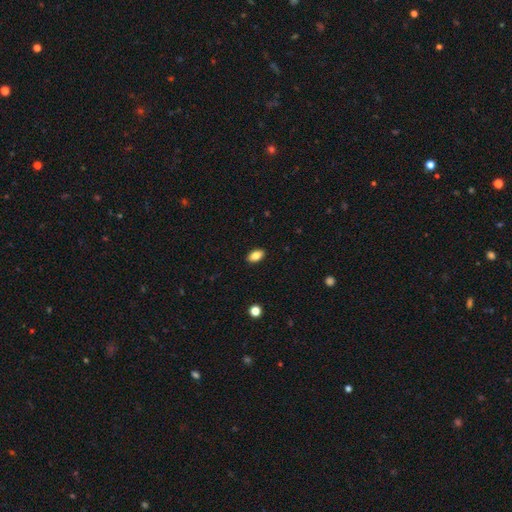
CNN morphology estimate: Smooth or featured? smooth (84%)
How rounded? in between (91%)
Merging? none (90%)